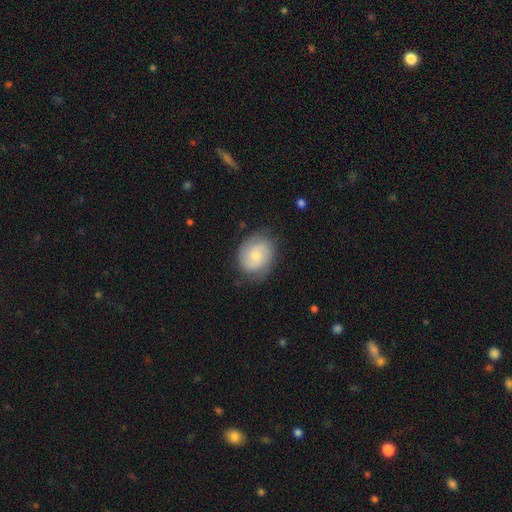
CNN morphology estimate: This appears to be a smooth galaxy with no disk features (48%). Merging: none (76%).